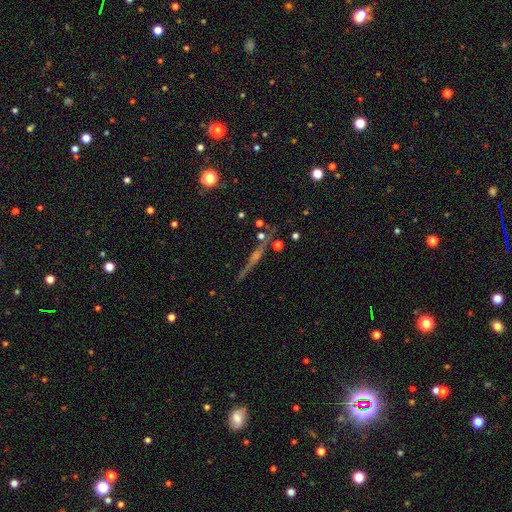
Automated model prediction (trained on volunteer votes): Smooth or featured? featured or disk (64%)
Edge-on disk? yes (93%)
Edge-on bulge? rounded (54%)
Merging? none (74%)